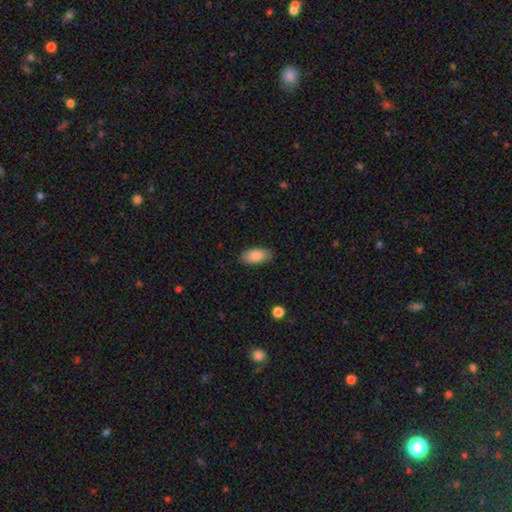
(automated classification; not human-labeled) smooth 85%, featured or disk 8%, star or artifact 7%. Down the decision tree: how rounded — in between (93%); merging — none (86%).